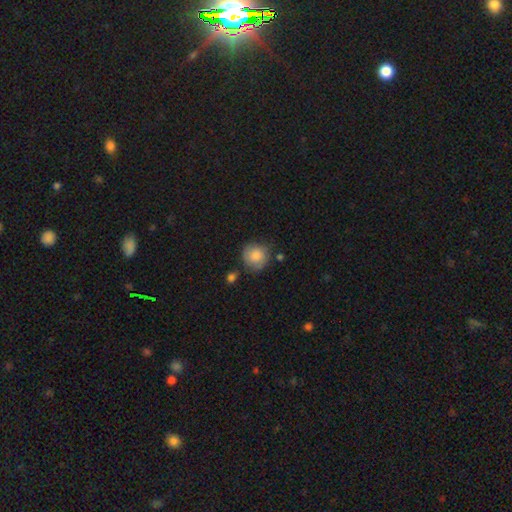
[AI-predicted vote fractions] Overall: smooth (79%). How rounded: round (87%). Merging: none (67%).